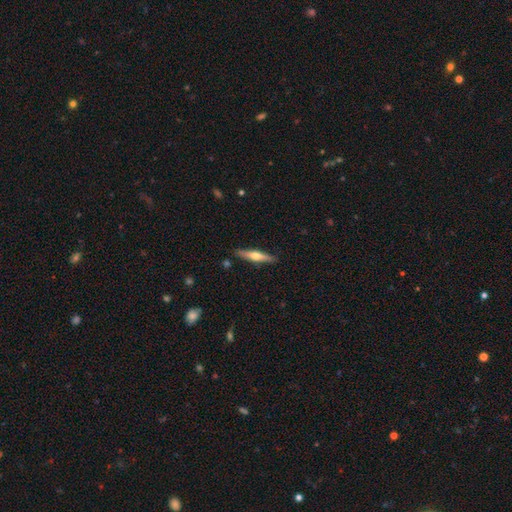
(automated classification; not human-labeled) Smooth or featured?
  - featured or disk: 54% *
  - smooth: 40%
  - star or artifact: 6%
Edge-on disk?
  - yes: 94% *
  - no: 6%
Edge-on bulge?
  - rounded: 91% *
  - none: 5%
  - boxy: 4%
Merging?
  - none: 88% *
  - minor disturbance: 9%
  - merger: 2%
  - major disturbance: 2%